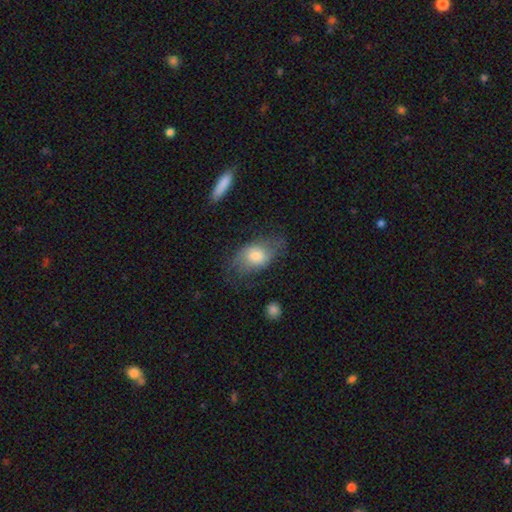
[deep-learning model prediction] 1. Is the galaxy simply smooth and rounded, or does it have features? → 57% smooth, 35% featured or disk, 7% star or artifact.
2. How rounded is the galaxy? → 80% in between, 18% round, 2% cigar-shaped.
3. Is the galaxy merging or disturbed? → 53% none, 26% minor disturbance, 19% major disturbance, 2% merger.